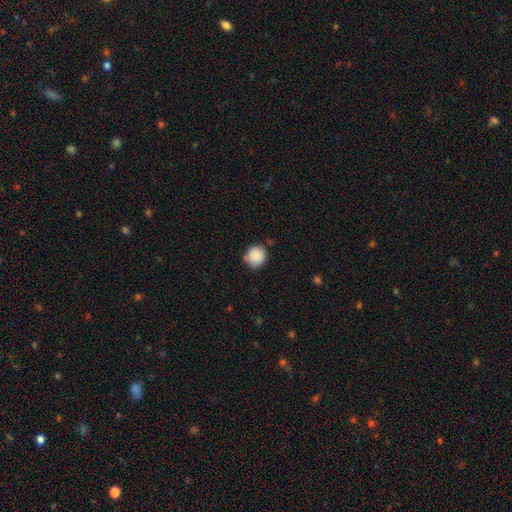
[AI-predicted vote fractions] Q: Smooth or featured?
A: smooth (88%); runner-up: star or artifact (8%)
Q: How rounded?
A: round (81%); runner-up: in between (18%)
Q: Merging?
A: none (72%); runner-up: minor disturbance (21%)